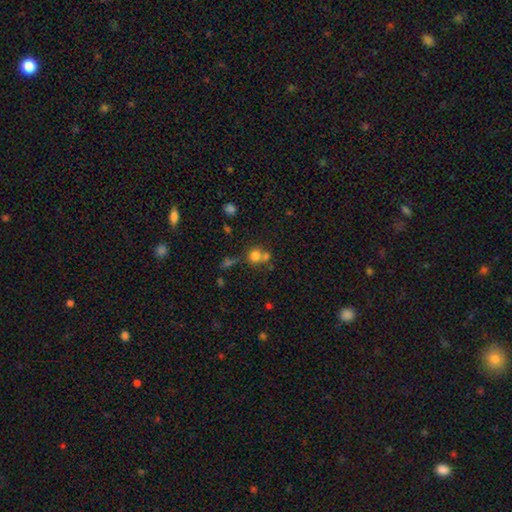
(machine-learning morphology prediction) smooth 73%, star or artifact 16%, featured or disk 11%. Down the decision tree: how rounded — round (86%); merging — none (46%).